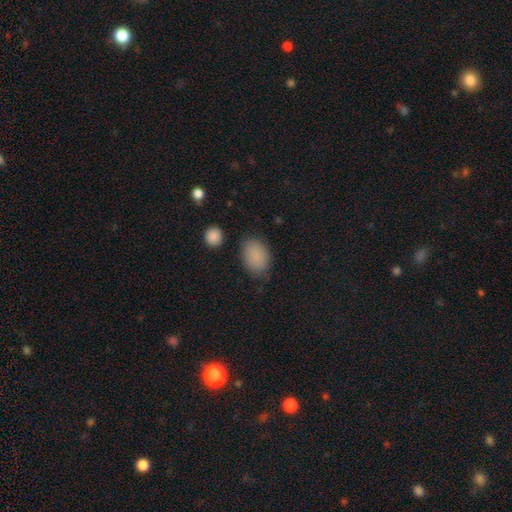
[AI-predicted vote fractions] smooth_or_featured: smooth (p=0.87) [alt: star or artifact p=0.09]
how_rounded: in between (p=0.81) [alt: round p=0.17]
merging: none (p=0.77) [alt: minor disturbance p=0.16]